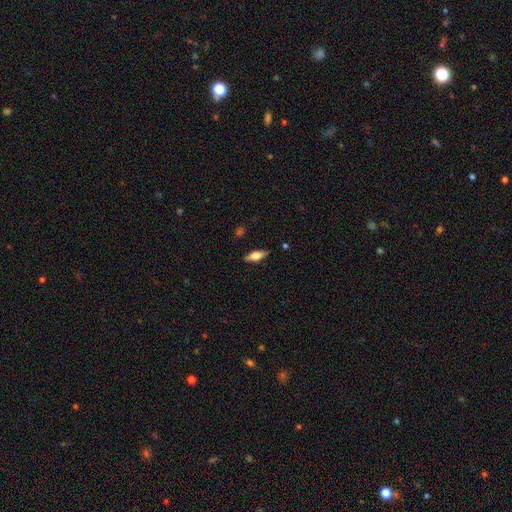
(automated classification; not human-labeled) smooth-or-featured: smooth: 56% | featured or disk: 37% | star or artifact: 7%
  how-rounded: in between: 68% | cigar-shaped: 29% | round: 3%
  merging: none: 86% | minor disturbance: 11% | major disturbance: 2% | merger: 1%